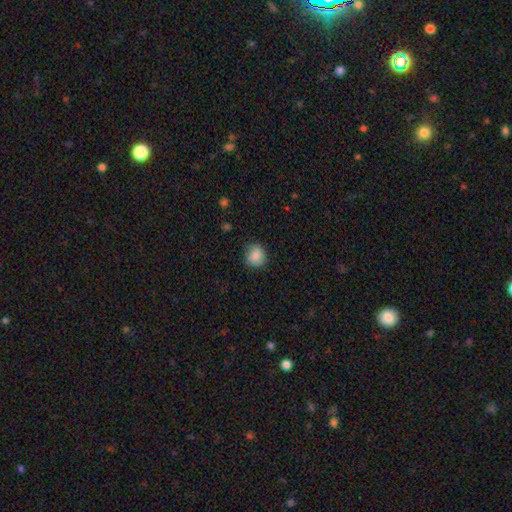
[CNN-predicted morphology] Overall: smooth (87%). How rounded: round (77%). Merging: none (79%).